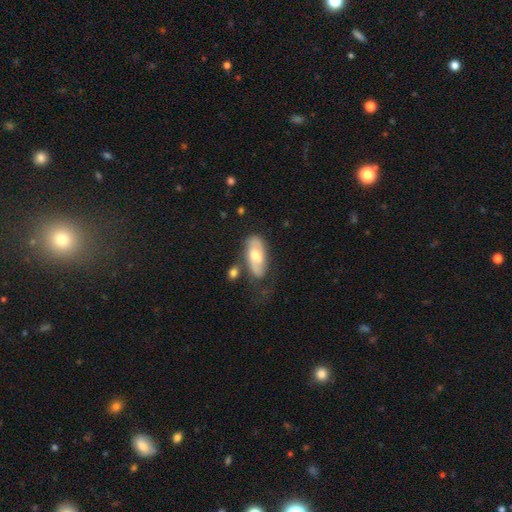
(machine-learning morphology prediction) Smooth or featured? featured or disk (47%, tied with smooth)
Merging? none (54%)